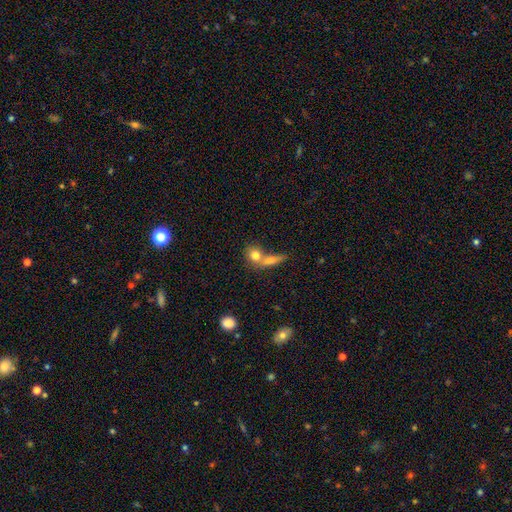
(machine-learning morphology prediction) This appears to be a smooth galaxy with no disk features (77%) that is round (60%). Merging: merger (56%).